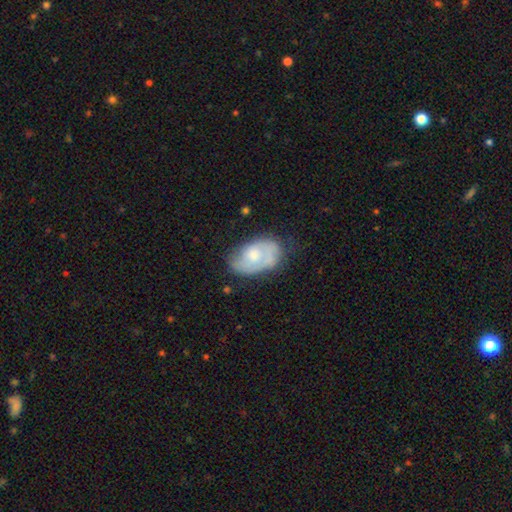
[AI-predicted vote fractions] A smooth galaxy with no disk features (48%).

Vote fractions:
- Smooth or featured? smooth: 48% / featured or disk: 45% / star or artifact: 7%
- Merging? none: 52% / minor disturbance: 32% / major disturbance: 13% / merger: 3%